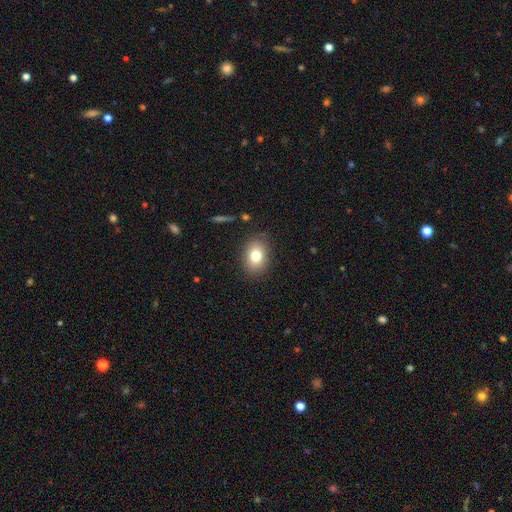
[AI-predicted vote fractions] smooth_or_featured: smooth (p=0.77) [alt: featured or disk p=0.12]
how_rounded: in between (p=0.68) [alt: round p=0.31]
merging: none (p=0.86) [alt: minor disturbance p=0.09]